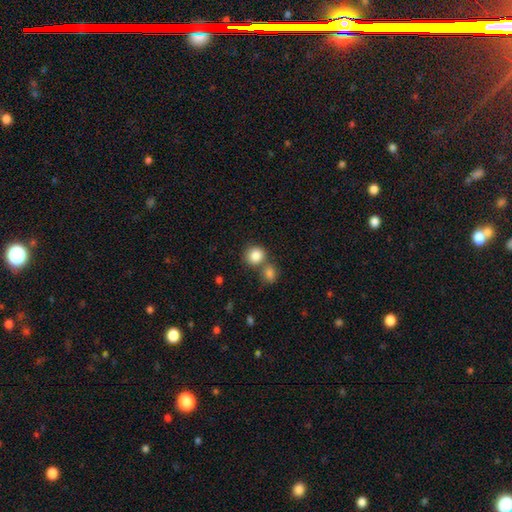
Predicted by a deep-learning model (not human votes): This is clearly a smooth galaxy (85%). How rounded: clearly round (81%). Merging: possibly none (55%).